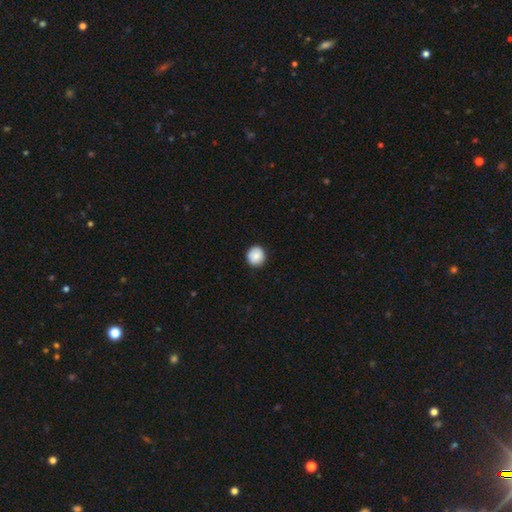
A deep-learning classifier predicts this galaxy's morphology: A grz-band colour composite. It shows a smooth galaxy with no disk features (84%) that is round (90%). Merging: none (88%).